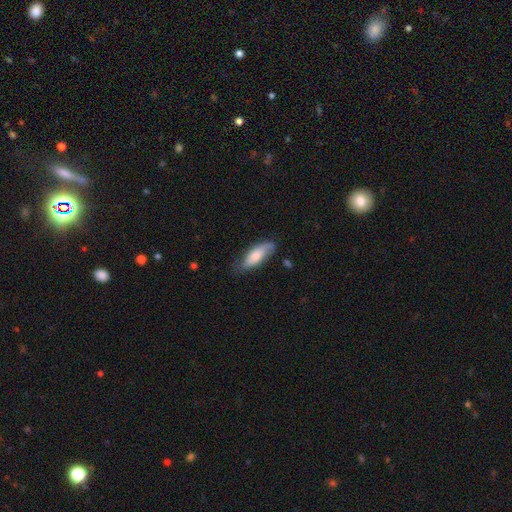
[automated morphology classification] The model was most divided on "how rounded": in between: 66%, cigar-shaped: 32%, round: 2%. More confident: smooth or featured — smooth (72%); merging — none (63%).